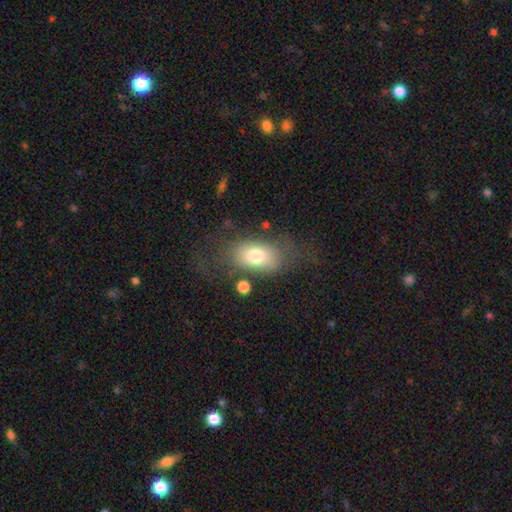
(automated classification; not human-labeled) Smooth or featured?
  - smooth: 74% *
  - featured or disk: 18%
  - star or artifact: 9%
How rounded?
  - in between: 86% *
  - round: 12%
  - cigar-shaped: 2%
Merging?
  - none: 59% *
  - minor disturbance: 20%
  - major disturbance: 17%
  - merger: 4%